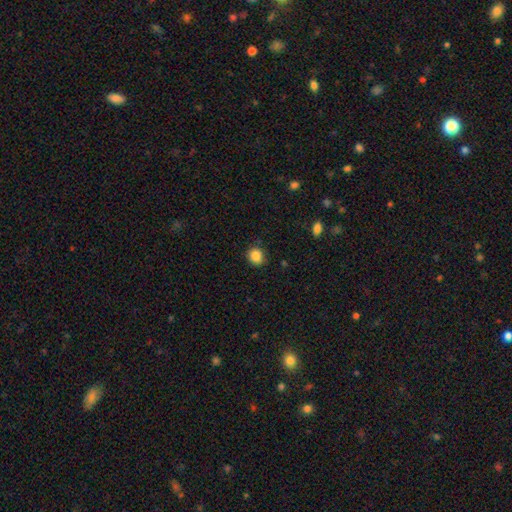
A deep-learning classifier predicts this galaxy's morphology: The model was most divided on "how rounded": round: 82%, in between: 17%, cigar-shaped: 1%. More confident: smooth or featured — smooth (86%); merging — none (86%).